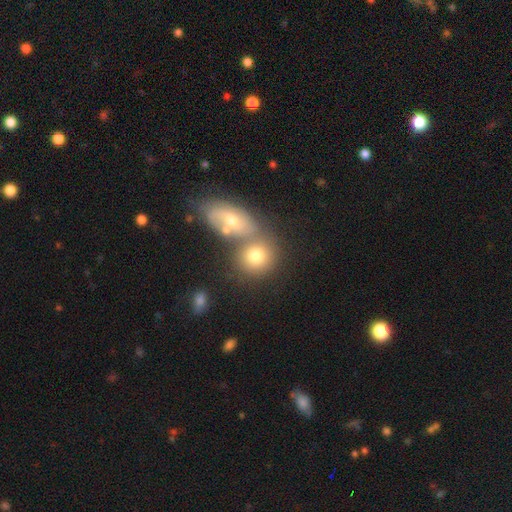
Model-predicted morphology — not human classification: Smooth or featured: smooth — 74% (featured or disk — 16%)
How rounded: round — 74% (in between — 24%)
Merging: none — 45% (merger — 41%)